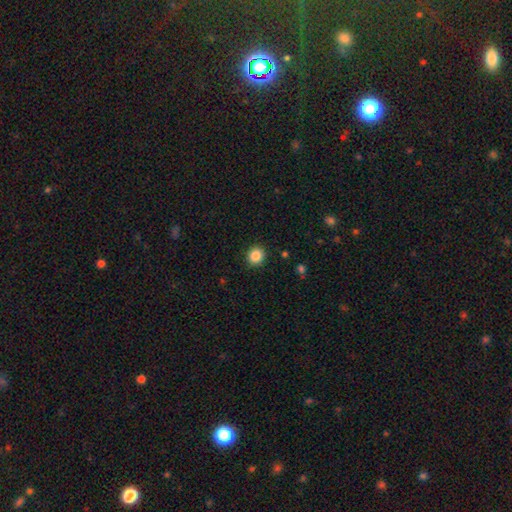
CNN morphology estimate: A smooth galaxy with no disk features (86%) that is round (88%). Merging: none (92%).